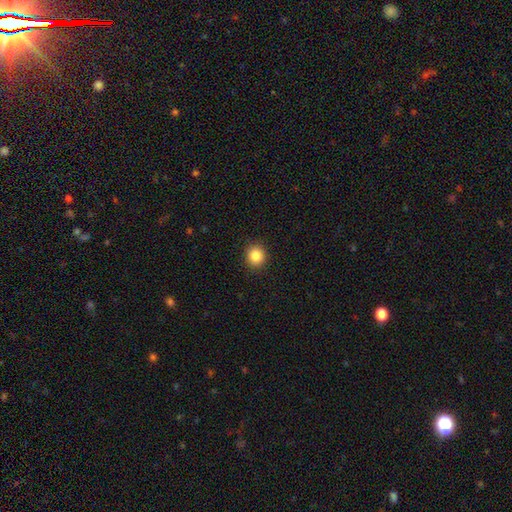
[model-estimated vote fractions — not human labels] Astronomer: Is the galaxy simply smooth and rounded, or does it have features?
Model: smooth — 86%.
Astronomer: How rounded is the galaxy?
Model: round — 88%.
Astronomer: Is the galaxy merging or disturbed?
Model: none — 92%.